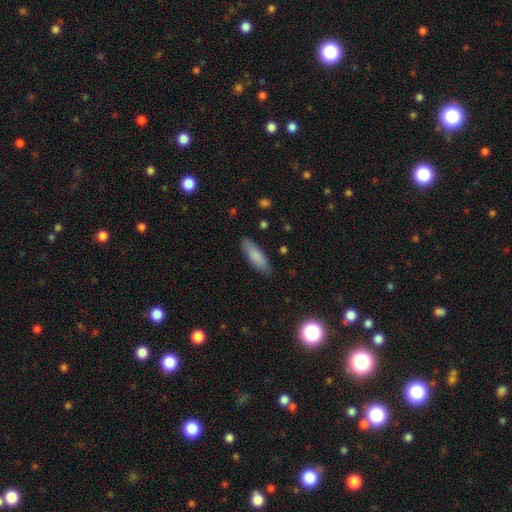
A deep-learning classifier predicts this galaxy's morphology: Smooth or featured? Predicted: smooth (p=0.84). How rounded? Predicted: cigar-shaped (p=0.54). Merging? Predicted: none (p=0.86).